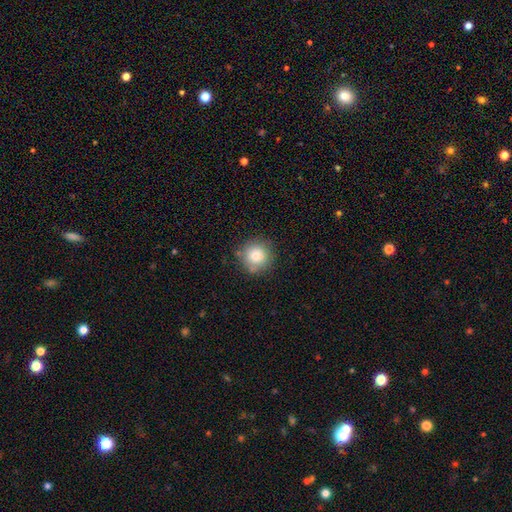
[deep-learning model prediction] smooth 77%, featured or disk 12%, star or artifact 10%. Down the decision tree: how rounded — round (94%); merging — none (80%).